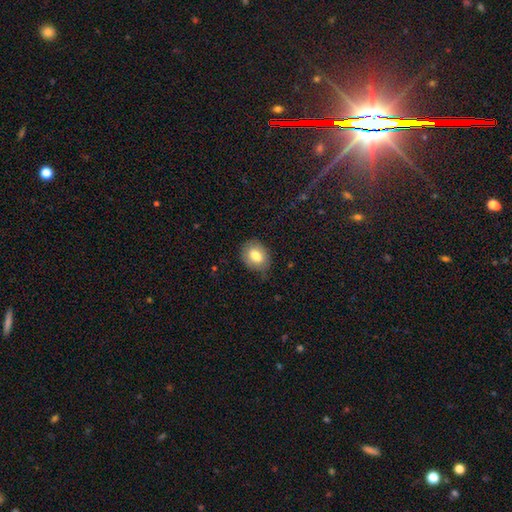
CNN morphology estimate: smooth_or_featured: smooth (p=0.78) [alt: featured or disk p=0.14]
how_rounded: in between (p=0.68) [alt: round p=0.31]
merging: none (p=0.71) [alt: minor disturbance p=0.22]